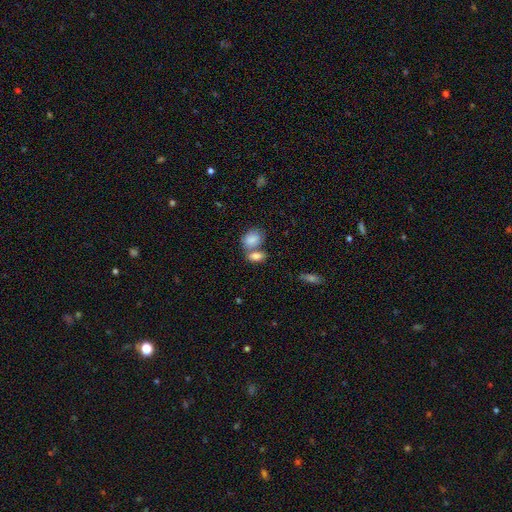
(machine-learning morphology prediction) This is clearly a smooth galaxy (84%). How rounded: clearly in between (83%). Merging: possibly merger (49%).